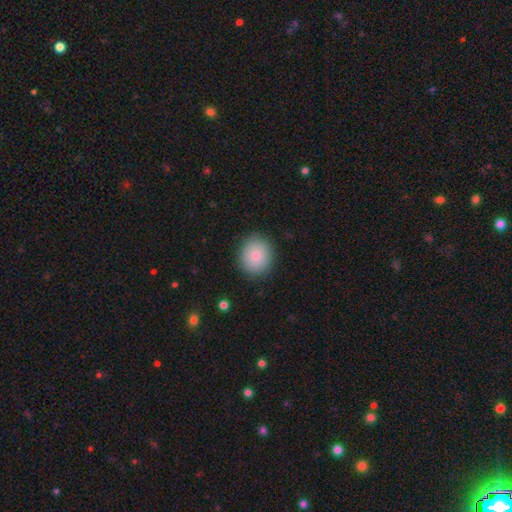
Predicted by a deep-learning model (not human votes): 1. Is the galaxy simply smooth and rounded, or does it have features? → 83% smooth, 9% featured or disk, 8% star or artifact.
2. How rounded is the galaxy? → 75% round, 24% in between, 1% cigar-shaped.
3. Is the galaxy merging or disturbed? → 87% none, 9% minor disturbance, 3% major disturbance, 1% merger.